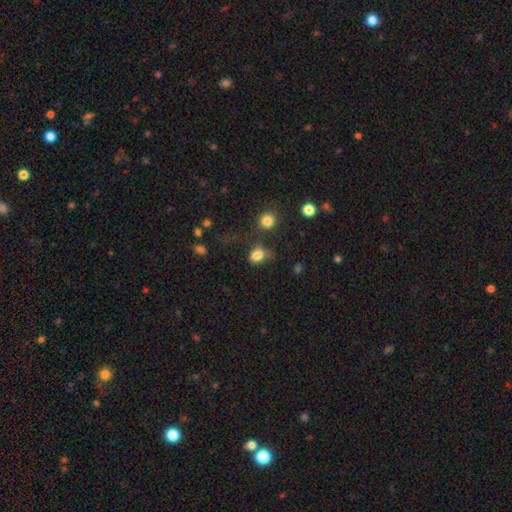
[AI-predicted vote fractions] smooth 79%, star or artifact 13%, featured or disk 8%. Down the decision tree: how rounded — in between (65%); merging — none (39%).